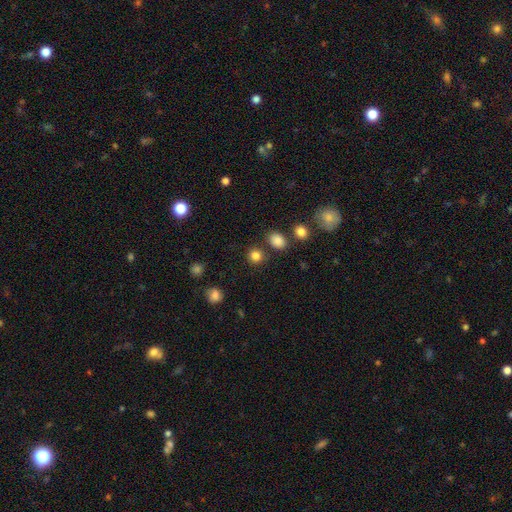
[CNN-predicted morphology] A smooth galaxy with no disk features (83%) that is round (86%). Merging: none (82%).